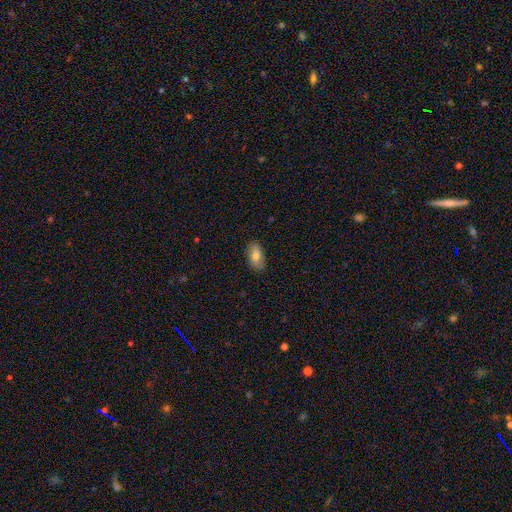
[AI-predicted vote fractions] Smooth or featured: smooth — 74% (featured or disk — 19%)
How rounded: in between — 91% (cigar-shaped — 5%)
Merging: none — 84% (minor disturbance — 13%)